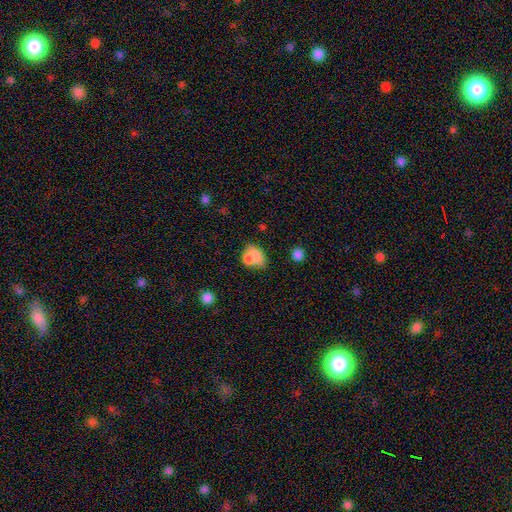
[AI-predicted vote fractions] Overall: smooth (73%). How rounded: in between (66%; round 32%). Merging: merger (41%; none 32%).